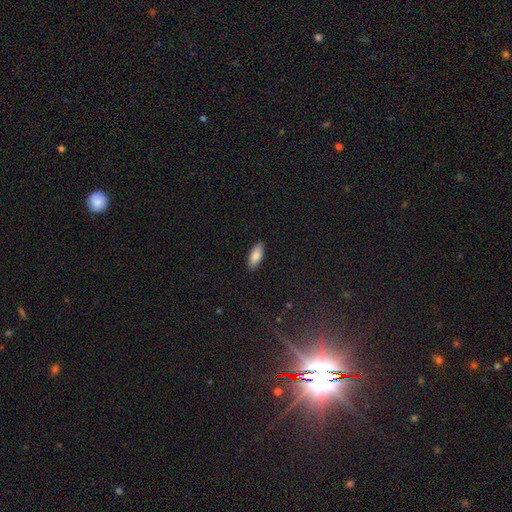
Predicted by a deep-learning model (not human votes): Smooth or featured? smooth (84%)
How rounded? in between (83%)
Merging? none (89%)